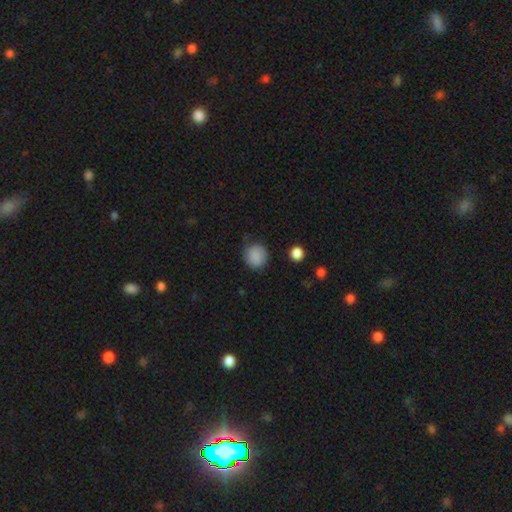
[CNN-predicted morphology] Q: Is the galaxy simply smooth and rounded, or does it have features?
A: smooth — 86%.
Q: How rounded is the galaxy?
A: round — 88%.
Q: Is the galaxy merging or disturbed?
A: none — 79%.